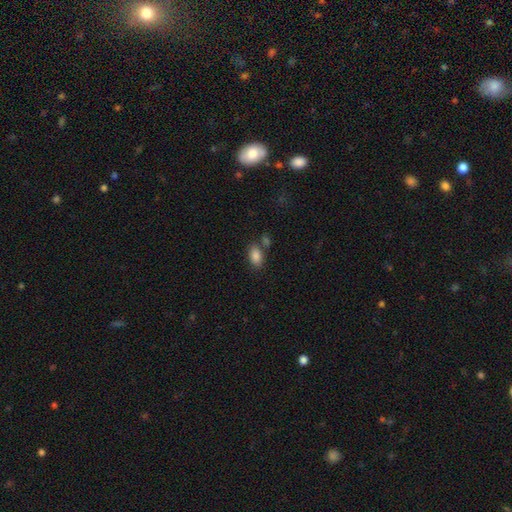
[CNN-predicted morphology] Smooth or featured: smooth — 86% (star or artifact — 8%)
How rounded: in between — 91% (round — 7%)
Merging: none — 66% (merger — 17%)